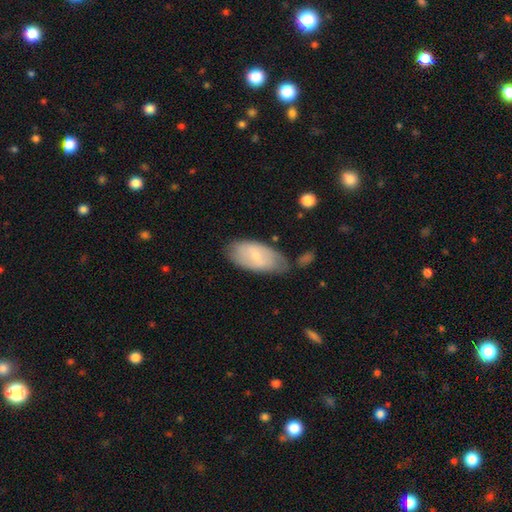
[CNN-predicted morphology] A smooth galaxy with no disk features (56%) that is in between round and cigar-shaped (92%). Merging: none (62%).